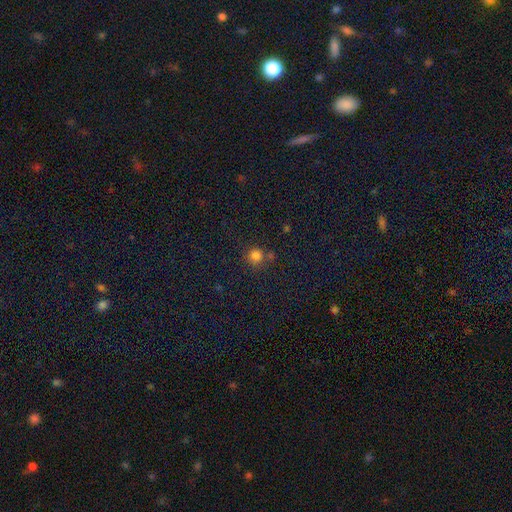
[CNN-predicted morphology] type=smooth (79%); roundness=round (91%); merging=none (70%).